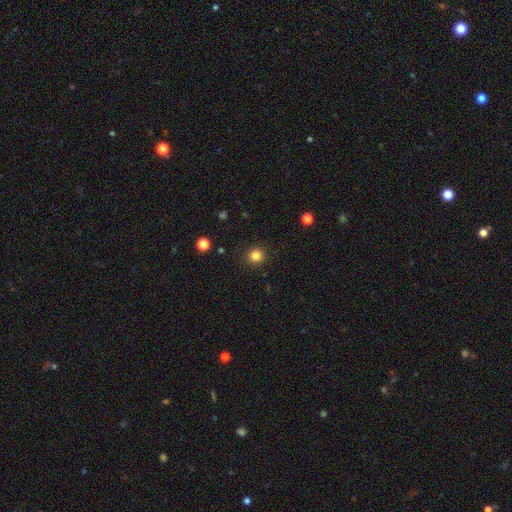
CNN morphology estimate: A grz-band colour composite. It shows a smooth galaxy with no disk features (83%) that is round (92%). Merging: none (91%).